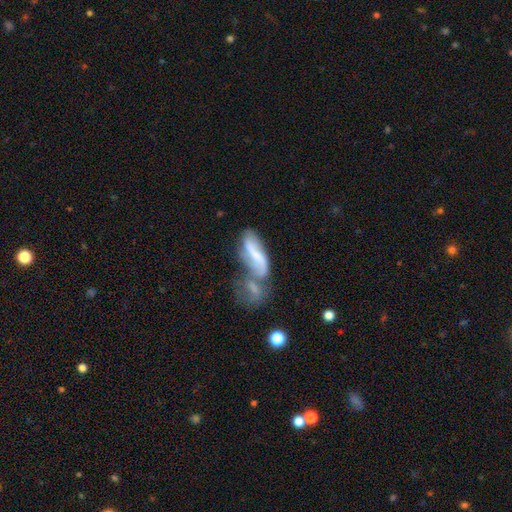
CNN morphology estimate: featured or disk 51%, smooth 41%, star or artifact 9%. Down the decision tree: edge-on disk — no (84%); merging — merger (54%).